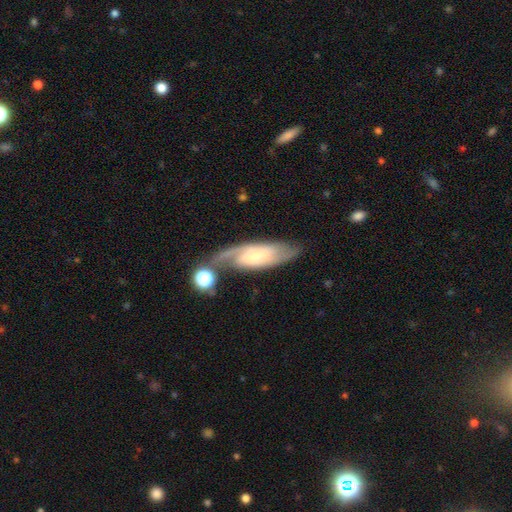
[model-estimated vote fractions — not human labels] Morphology: type=featured or disk (70%); edge-on=no (87%); bar=weak (42%); spiral arms=yes (93%); winding=medium (46%); arm count=2 (64%); bulge=small (51%); merging=none (57%).